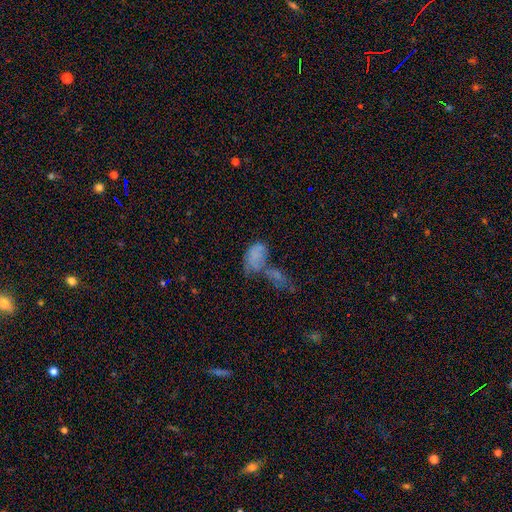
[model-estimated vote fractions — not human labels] smooth_or_featured: smooth (p=0.65) [alt: featured or disk p=0.21]
how_rounded: in between (p=0.91) [alt: round p=0.06]
merging: merger (p=0.49) [alt: none p=0.20]